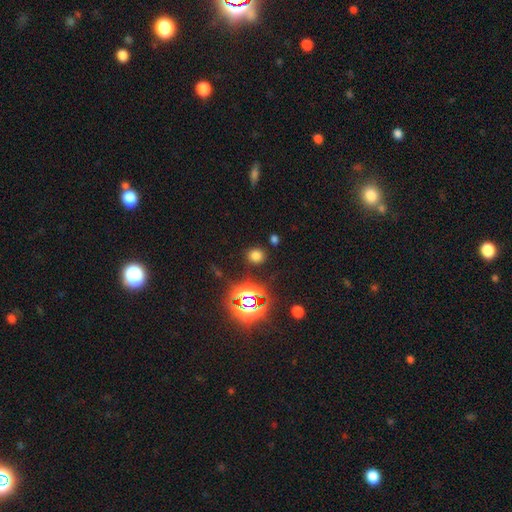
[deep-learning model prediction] The model was most divided on "smooth or featured": smooth: 67%, star or artifact: 27%, featured or disk: 6%. More confident: merging — none (86%); how rounded — round (75%).